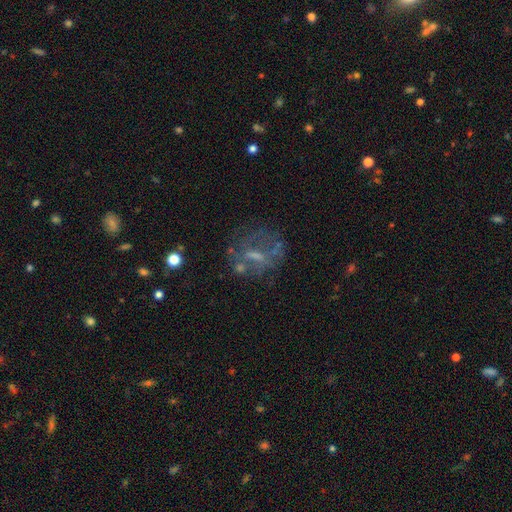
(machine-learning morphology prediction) This appears to be a featured or disk galaxy (58%) with no bar (44%), no spiral arms (75%) and no central bulge (37%). Merging: none (53%).